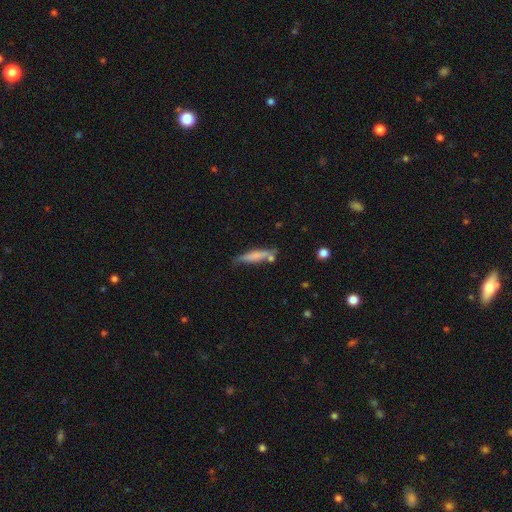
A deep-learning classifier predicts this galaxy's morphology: Smooth or featured? Predicted: smooth (p=0.66). How rounded? Predicted: cigar-shaped (p=0.83). Merging? Predicted: none (p=0.62).